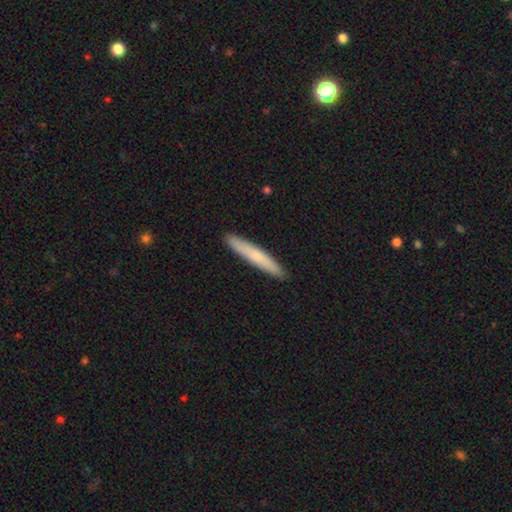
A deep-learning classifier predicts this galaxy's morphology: This is likely a smooth galaxy (70%). How rounded: clearly cigar-shaped (95%). Merging: clearly none (92%).